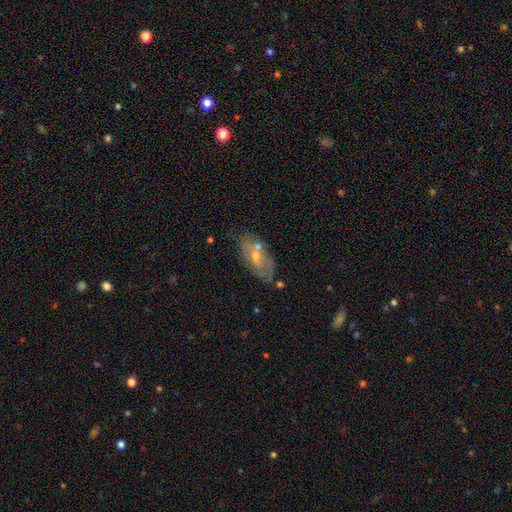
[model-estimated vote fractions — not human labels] Smooth or featured? Predicted: featured or disk (p=0.54). Edge-on disk? Predicted: no (p=0.86). Merging? Predicted: none (p=0.62).